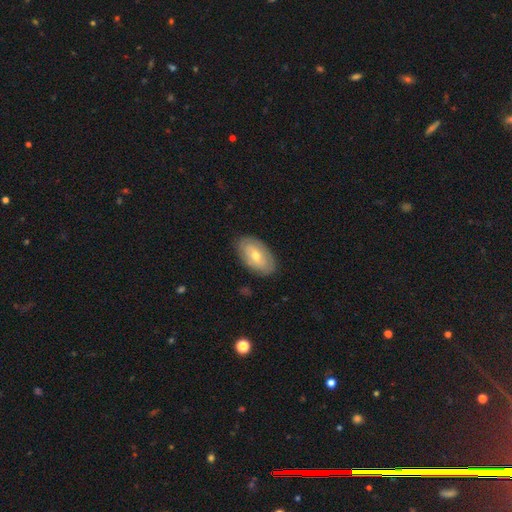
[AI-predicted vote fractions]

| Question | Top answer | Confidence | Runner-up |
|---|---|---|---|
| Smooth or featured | featured or disk | 49% | smooth (44%) |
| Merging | none | 83% | minor disturbance (13%) |